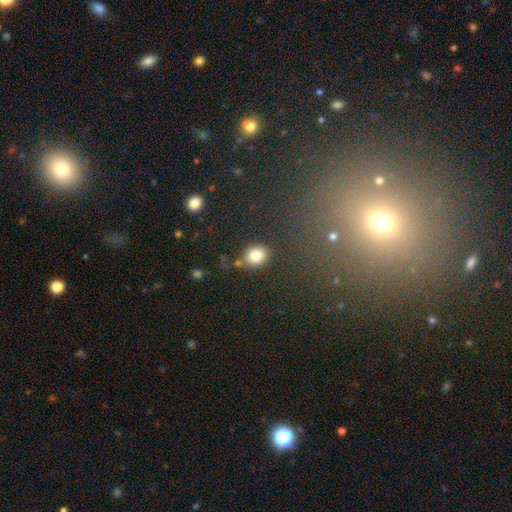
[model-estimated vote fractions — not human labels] This appears to be a smooth galaxy with no disk features (83%) that is round (68%). Merging: none (77%).